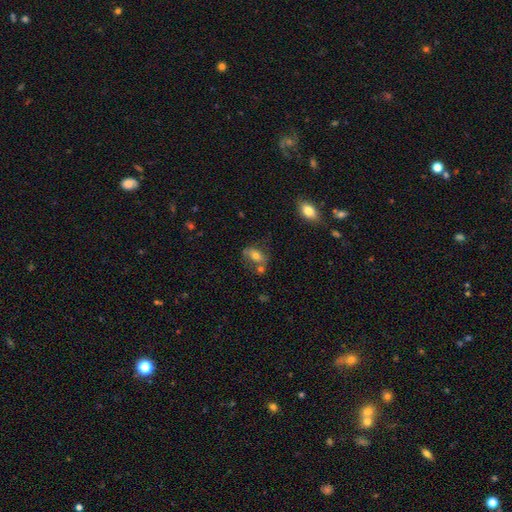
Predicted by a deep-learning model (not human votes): smooth_or_featured: smooth (p=0.64) [alt: featured or disk p=0.25]
how_rounded: in between (p=0.81) [alt: round p=0.14]
merging: none (p=0.52) [alt: merger p=0.20]